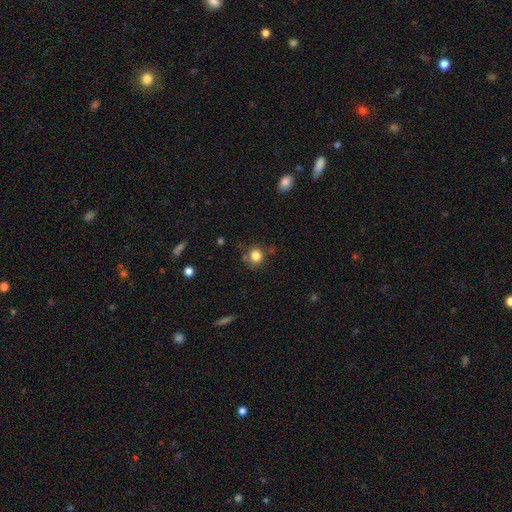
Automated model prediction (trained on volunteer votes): smooth-or-featured: smooth: 82% | star or artifact: 12% | featured or disk: 6%
  how-rounded: round: 89% | in between: 10% | cigar-shaped: 1%
  merging: none: 75% | minor disturbance: 14% | merger: 7% | major disturbance: 4%